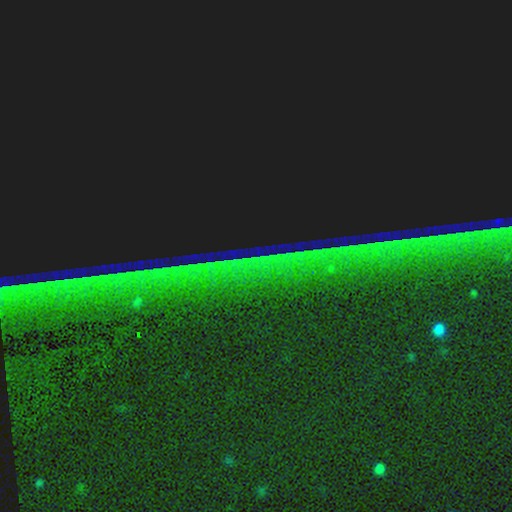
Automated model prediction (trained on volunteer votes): smooth-or-featured: star or artifact: 88% | featured or disk: 7% | smooth: 6%